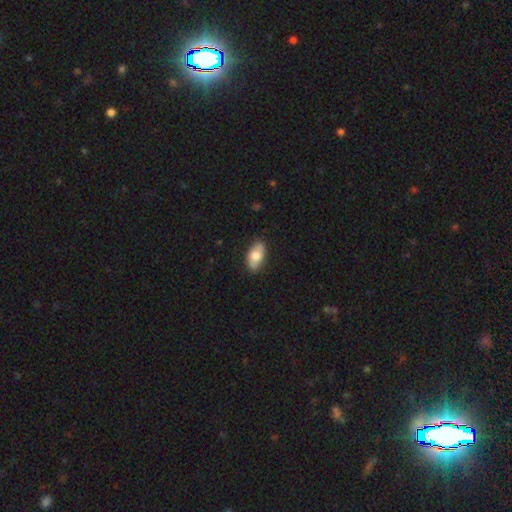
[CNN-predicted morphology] Smooth or featured? Predicted: smooth (p=0.73). How rounded? Predicted: in between (p=0.91). Merging? Predicted: none (p=0.84).